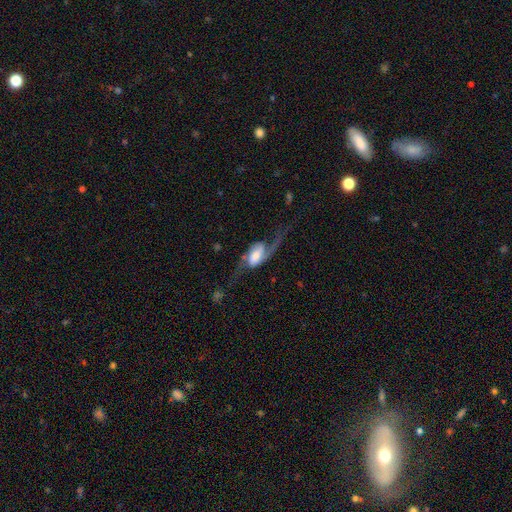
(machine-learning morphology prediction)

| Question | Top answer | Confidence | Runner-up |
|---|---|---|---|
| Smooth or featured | featured or disk | 83% | smooth (12%) |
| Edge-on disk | no | 94% | yes (6%) |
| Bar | weak | 41% | no (30%) |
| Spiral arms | yes | 96% | no (4%) |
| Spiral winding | loose | 79% | medium (17%) |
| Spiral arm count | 2 | 90% | 1 (5%) |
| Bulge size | large | 36% | moderate (27%) |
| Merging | none | 55% | major disturbance (25%) |